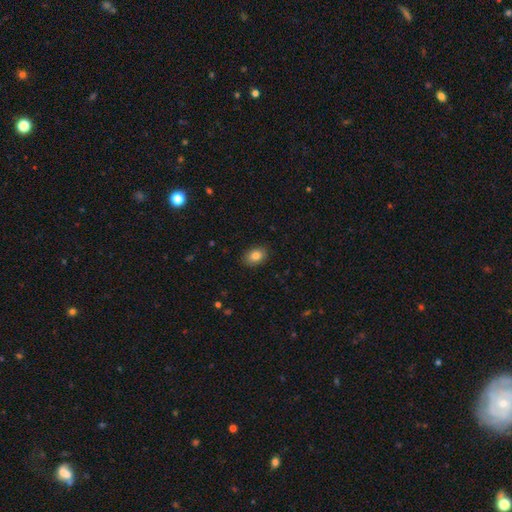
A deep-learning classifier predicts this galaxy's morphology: Smooth or featured?
  - smooth: 84% *
  - star or artifact: 8%
  - featured or disk: 8%
How rounded?
  - in between: 83% *
  - round: 16%
  - cigar-shaped: 1%
Merging?
  - none: 89% *
  - minor disturbance: 9%
  - major disturbance: 2%
  - merger: 1%